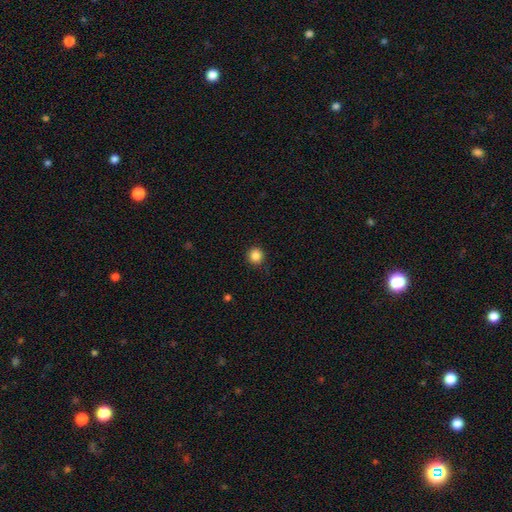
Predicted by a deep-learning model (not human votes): The model was most divided on "smooth or featured": smooth: 85%, star or artifact: 11%, featured or disk: 4%. More confident: how rounded — round (94%); merging — none (90%).